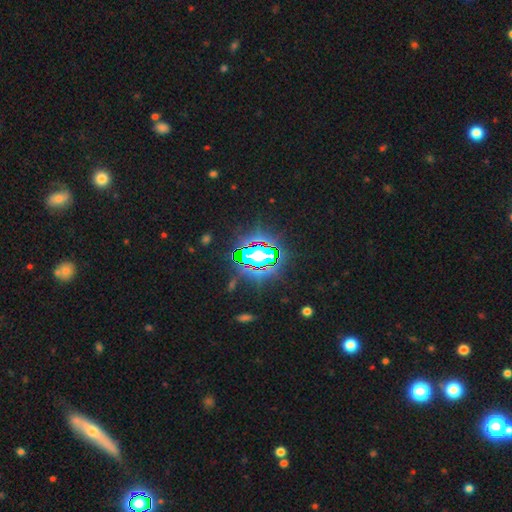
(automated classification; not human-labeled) Smooth or featured? Predicted: star or artifact (p=0.82).